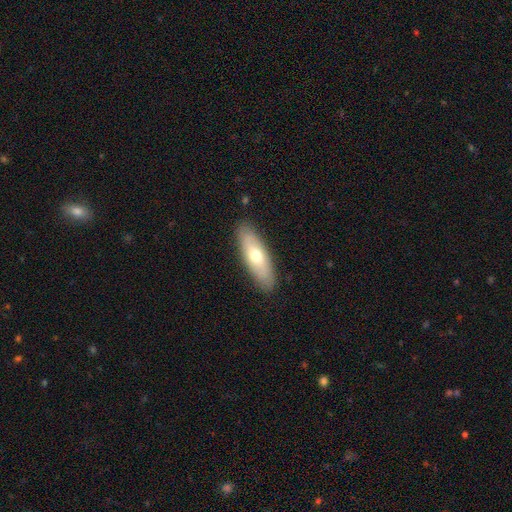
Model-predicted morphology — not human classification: smooth 60%, featured or disk 34%, star or artifact 6%. Down the decision tree: how rounded — in between (59%); merging — none (89%).